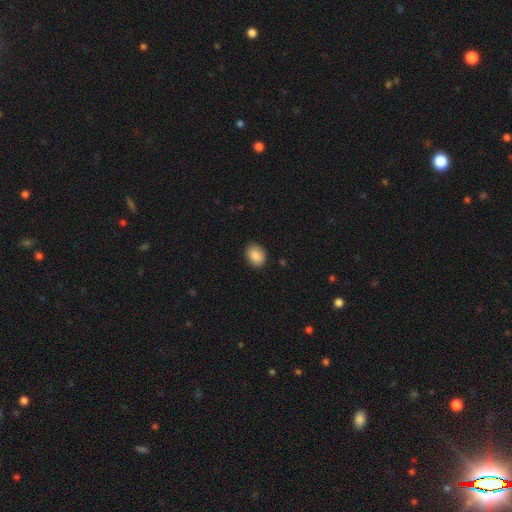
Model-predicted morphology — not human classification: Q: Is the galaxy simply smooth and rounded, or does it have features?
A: smooth — 88%.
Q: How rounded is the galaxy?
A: in between — 66%.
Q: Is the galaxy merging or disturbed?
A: none — 86%.